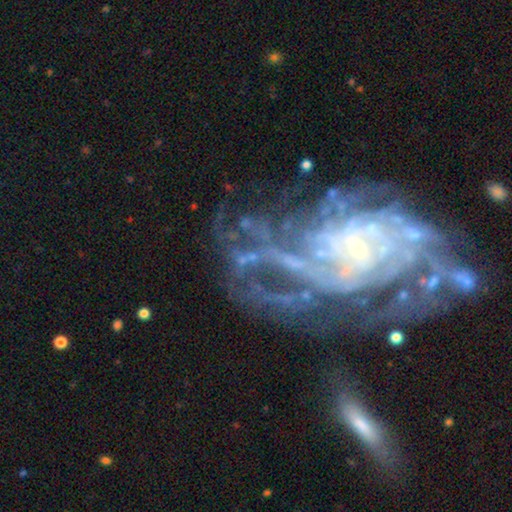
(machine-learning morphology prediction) Smooth or featured? featured or disk (84%)
Edge-on disk? no (97%)
Bar? no (54%)
Spiral arms? yes (92%)
Spiral winding? tight (54%)
Spiral arm count? can't tell (33%)
Bulge size? small (79%)
Merging? none (52%)